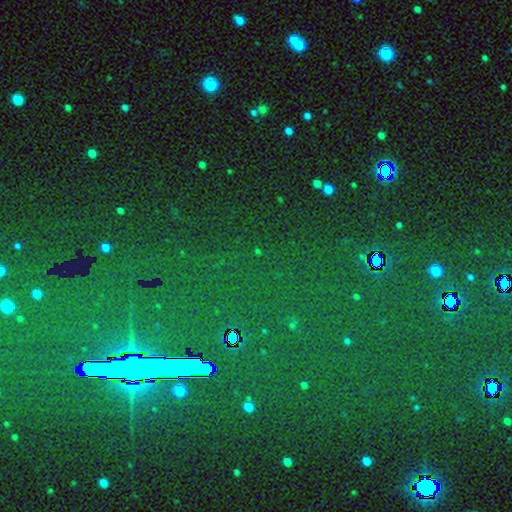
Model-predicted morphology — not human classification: A star or artifact, not a galaxy (85%).